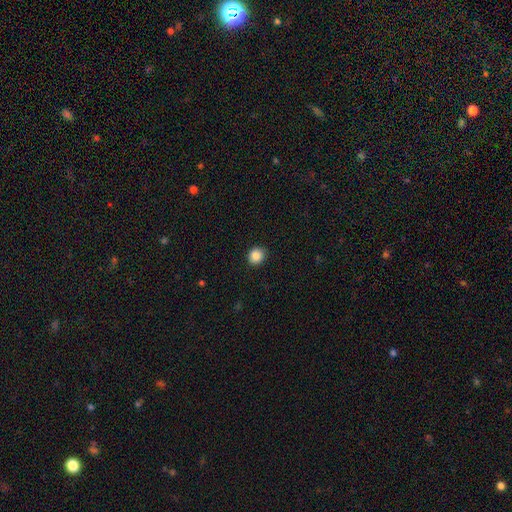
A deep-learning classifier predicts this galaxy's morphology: This is clearly a smooth galaxy (87%). How rounded: clearly round (81%). Merging: clearly none (91%).